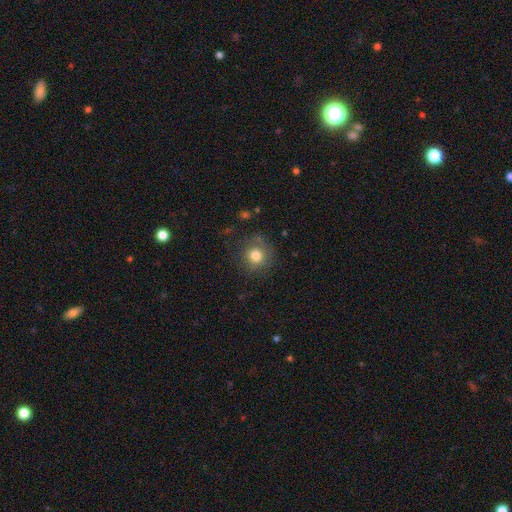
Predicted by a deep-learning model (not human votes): Q: Smooth or featured?
A: smooth (79%); runner-up: star or artifact (12%)
Q: How rounded?
A: round (92%); runner-up: in between (7%)
Q: Merging?
A: none (79%); runner-up: minor disturbance (13%)